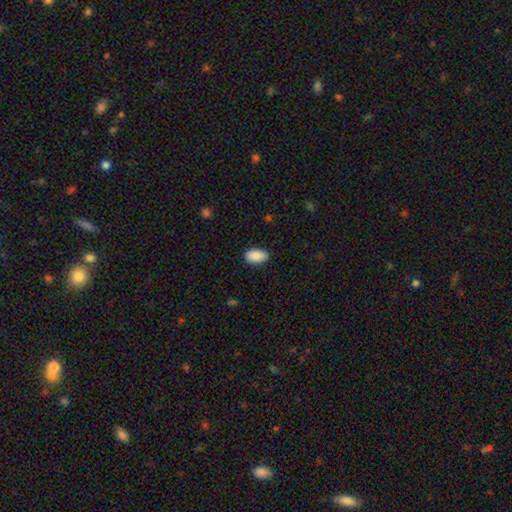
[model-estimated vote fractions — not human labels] smooth-or-featured: smooth: 90% | star or artifact: 6% | featured or disk: 3%
  how-rounded: in between: 93% | round: 5% | cigar-shaped: 1%
  merging: none: 85% | minor disturbance: 12% | major disturbance: 2% | merger: 1%